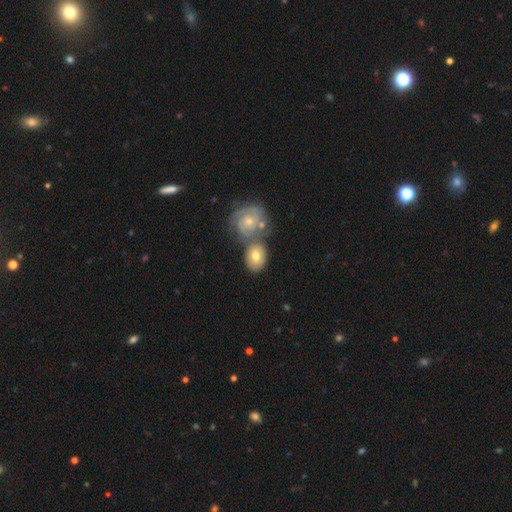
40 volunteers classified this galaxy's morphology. Volunteers were most divided on "smooth or featured": smooth: 50%, featured or disk: 40%, star or artifact: 10%. More confident: how rounded — in between (85%); merging — none (53%).